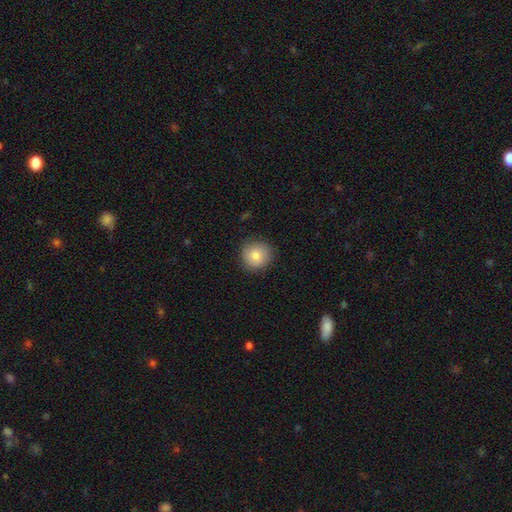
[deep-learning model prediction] Smooth or featured? smooth (81%)
How rounded? round (92%)
Merging? none (85%)